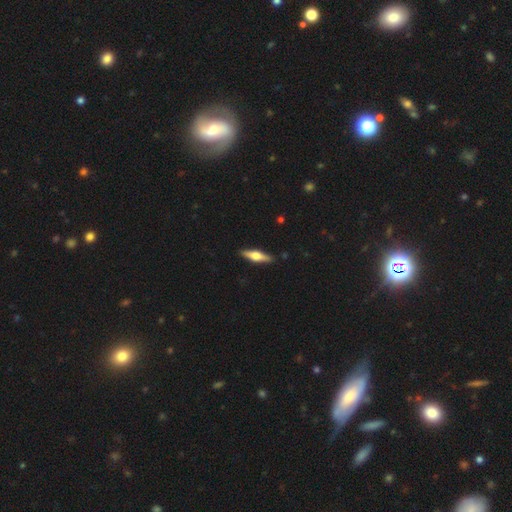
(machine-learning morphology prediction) The model was most divided on "smooth or featured": featured or disk: 56%, smooth: 39%, star or artifact: 5%. More confident: edge-on disk — yes (95%); edge-on bulge — rounded (92%); merging — none (89%).